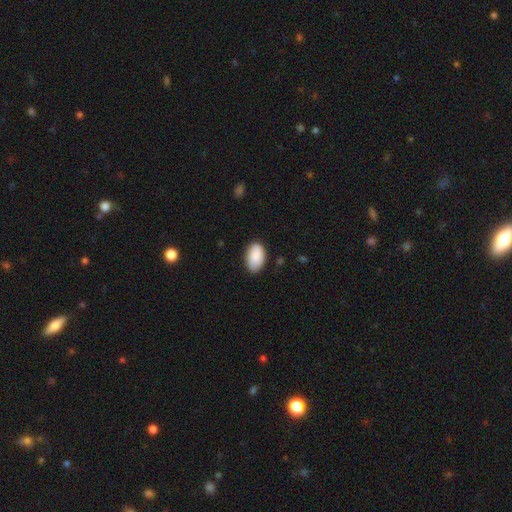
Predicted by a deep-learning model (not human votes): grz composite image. It shows a smooth galaxy with no disk features (89%) that is in between round and cigar-shaped (93%). Merging: none (78%).